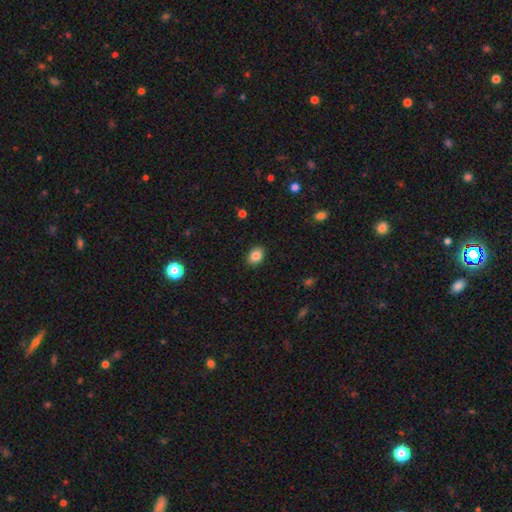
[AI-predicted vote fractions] Q: Smooth or featured?
A: smooth (85%); runner-up: star or artifact (9%)
Q: How rounded?
A: in between (73%); runner-up: round (26%)
Q: Merging?
A: none (89%); runner-up: minor disturbance (8%)